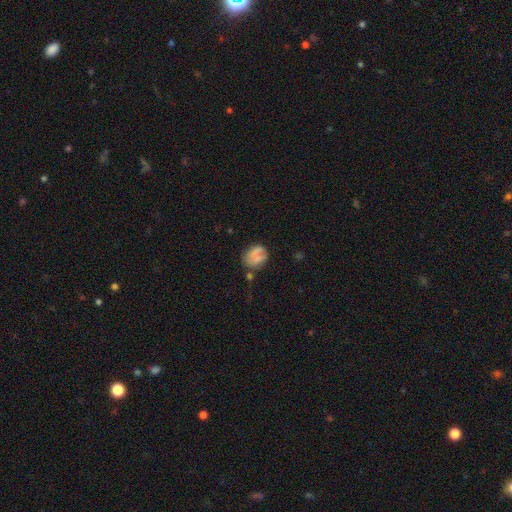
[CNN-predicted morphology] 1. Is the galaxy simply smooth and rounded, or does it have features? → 59% smooth, 30% featured or disk, 11% star or artifact.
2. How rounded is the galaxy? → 56% in between, 43% round, 1% cigar-shaped.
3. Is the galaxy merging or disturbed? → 48% none, 27% minor disturbance, 15% major disturbance, 10% merger.